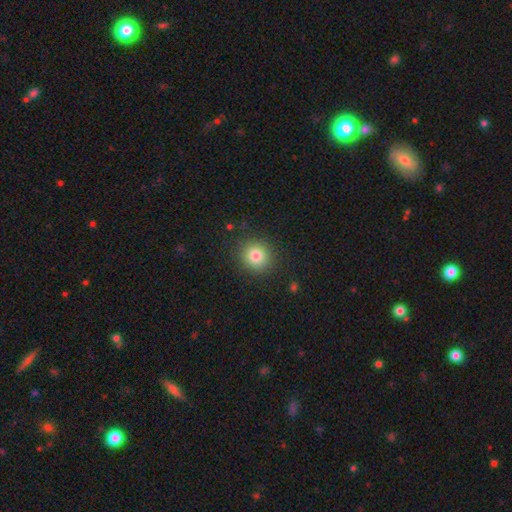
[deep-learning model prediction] Q: Smooth or featured?
A: smooth (82%); runner-up: star or artifact (11%)
Q: How rounded?
A: round (89%); runner-up: in between (10%)
Q: Merging?
A: none (89%); runner-up: minor disturbance (7%)